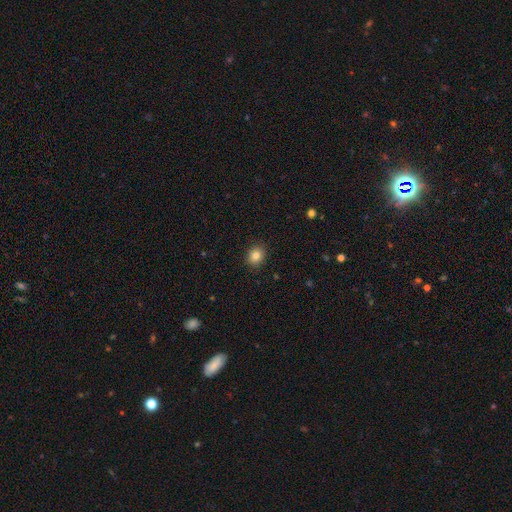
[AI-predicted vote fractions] Morphology: type=smooth (83%); roundness=round (62%); merging=none (90%).